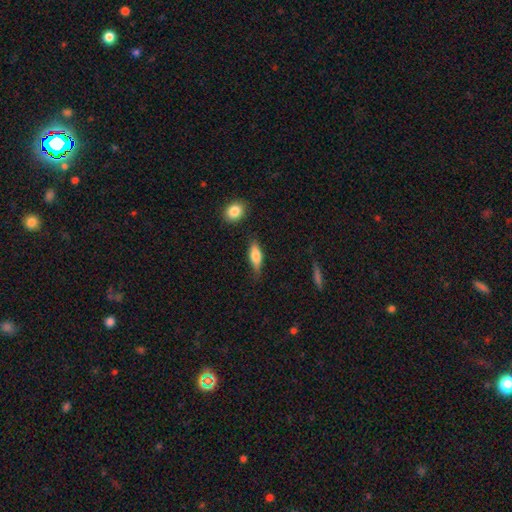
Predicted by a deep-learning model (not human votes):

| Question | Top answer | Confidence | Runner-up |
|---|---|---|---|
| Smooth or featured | smooth | 67% | featured or disk (26%) |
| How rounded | in between | 63% | cigar-shaped (34%) |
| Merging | none | 71% | minor disturbance (21%) |